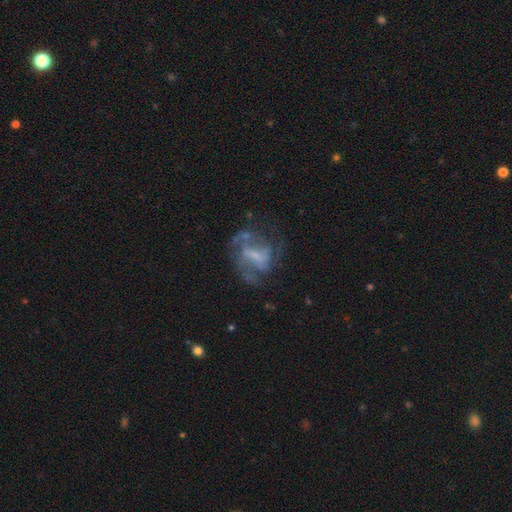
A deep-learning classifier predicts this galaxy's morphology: A featured or disk galaxy (76%) with a weak bar (46%), medium (48%) spiral arms (79%) and a small central bulge (37%).

Vote fractions:
- Smooth or featured? featured or disk: 76% / smooth: 15% / star or artifact: 10%
- Edge-on disk? no: 97% / yes: 3%
- Bar? weak: 46% / no: 32% / strong: 22%
- Spiral arms? yes: 79% / no: 21%
- Spiral winding? medium: 48% / loose: 27% / tight: 25%
- Spiral arm count? can't tell: 31% / 2: 26% / 3: 25% / 4: 8% / 1: 6% / more than 4: 4%
- Bulge size? small: 37% / none: 35% / moderate: 22% / large: 5% / dominant: 1%
- Merging? none: 52% / major disturbance: 27% / minor disturbance: 19% / merger: 3%